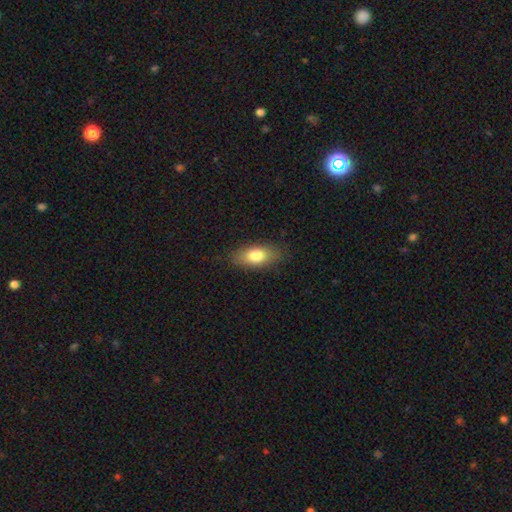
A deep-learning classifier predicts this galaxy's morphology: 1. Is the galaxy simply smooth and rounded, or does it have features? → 79% smooth, 14% featured or disk, 7% star or artifact.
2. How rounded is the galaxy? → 85% in between, 11% cigar-shaped, 5% round.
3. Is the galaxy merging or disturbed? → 83% none, 13% minor disturbance, 3% major disturbance, 1% merger.